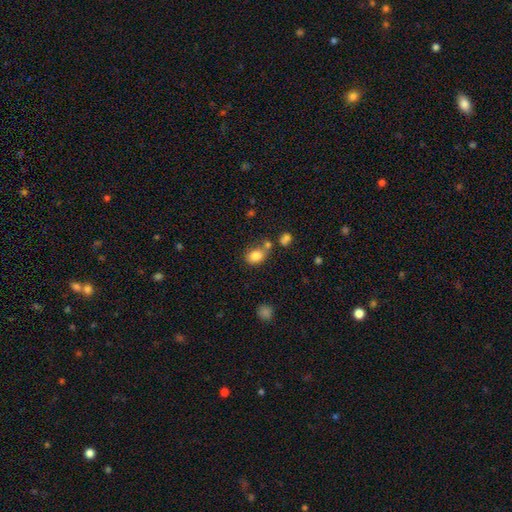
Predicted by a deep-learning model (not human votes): A smooth galaxy with no disk features (83%) that is in between round and cigar-shaped (66%). Merging: none (56%).